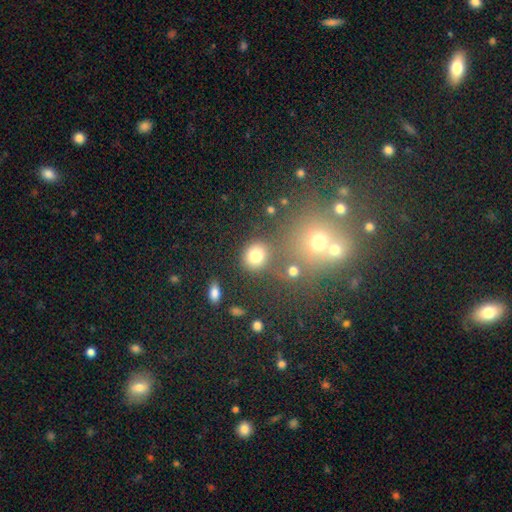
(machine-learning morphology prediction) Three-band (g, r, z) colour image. It shows a smooth galaxy with no disk features (78%) that is round (76%). Merging: none (74%).